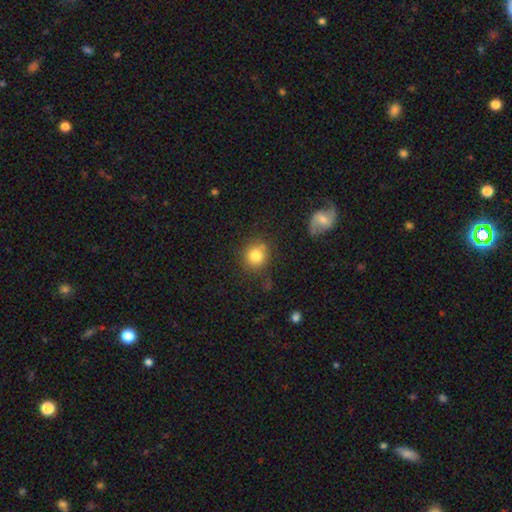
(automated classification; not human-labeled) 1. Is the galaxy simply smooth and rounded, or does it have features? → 81% smooth, 10% star or artifact, 8% featured or disk.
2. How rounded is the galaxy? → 85% round, 14% in between, 1% cigar-shaped.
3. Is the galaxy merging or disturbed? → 76% none, 15% minor disturbance, 5% major disturbance, 4% merger.